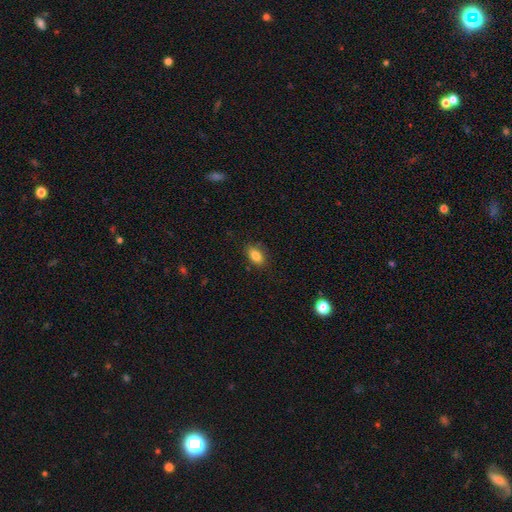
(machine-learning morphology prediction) smooth 84%, star or artifact 9%, featured or disk 7%. Down the decision tree: how rounded — in between (88%); merging — none (84%).